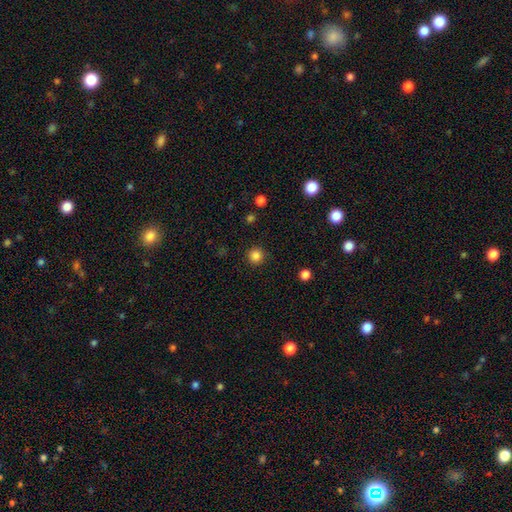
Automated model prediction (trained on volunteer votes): Smooth or featured?
  - smooth: 84% *
  - star or artifact: 13%
  - featured or disk: 3%
How rounded?
  - round: 96% *
  - in between: 3%
  - cigar-shaped: 1%
Merging?
  - none: 92% *
  - minor disturbance: 5%
  - major disturbance: 2%
  - merger: 1%